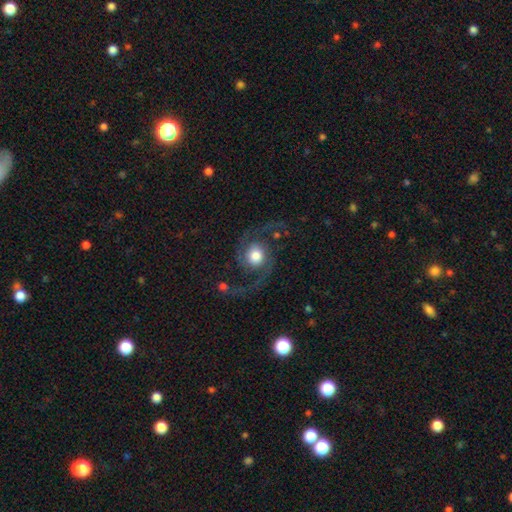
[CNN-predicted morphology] smooth-or-featured: featured or disk: 87% | smooth: 8% | star or artifact: 5%
  disk-edge-on: no: 98% | yes: 2%
    bar: no: 76% | weak: 19% | strong: 5%
    has-spiral-arms: yes: 97% | no: 3%
      spiral-winding: loose: 55% | medium: 37% | tight: 8%
      spiral-arm-count: 2: 95% | can't tell: 1% | 1: 1% | 3: 1% | 4: 1% | more than 4: 1%
    bulge-size: moderate: 44% | large: 40% | dominant: 9% | small: 6% | none: 2%
  merging: none: 72% | minor disturbance: 13% | major disturbance: 13% | merger: 3%